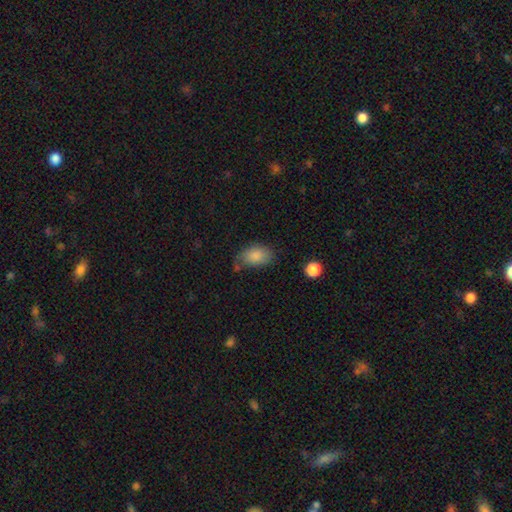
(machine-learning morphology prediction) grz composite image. It shows a smooth galaxy with no disk features (86%) that is in between round and cigar-shaped (89%). Merging: none (63%).